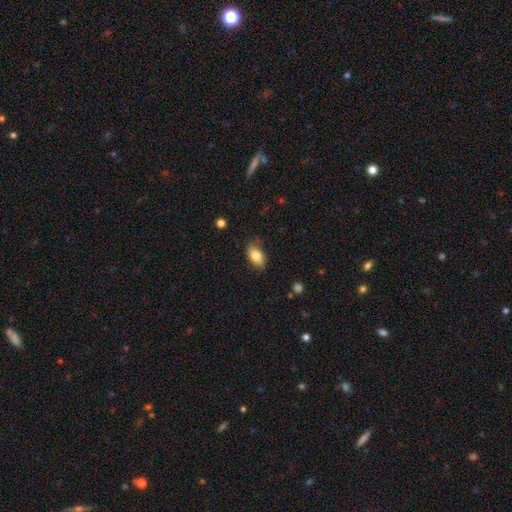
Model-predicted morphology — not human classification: A smooth galaxy with no disk features (81%) that is in between round and cigar-shaped (91%). Merging: none (76%).